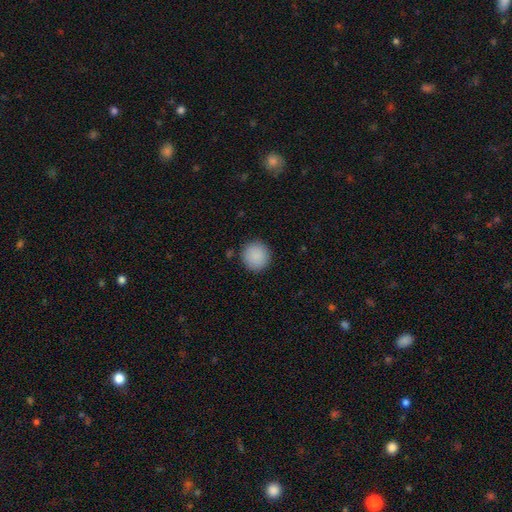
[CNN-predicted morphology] Smooth or featured: smooth — 89% (star or artifact — 8%)
How rounded: round — 95% (in between — 4%)
Merging: none — 91% (minor disturbance — 6%)